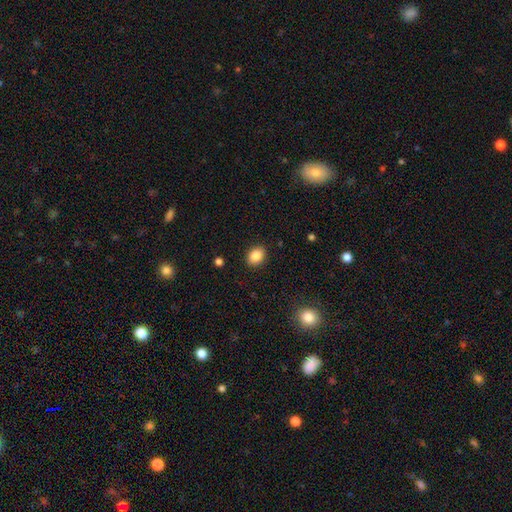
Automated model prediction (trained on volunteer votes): Morphology: type=smooth (86%); roundness=in between (62%); merging=none (90%).